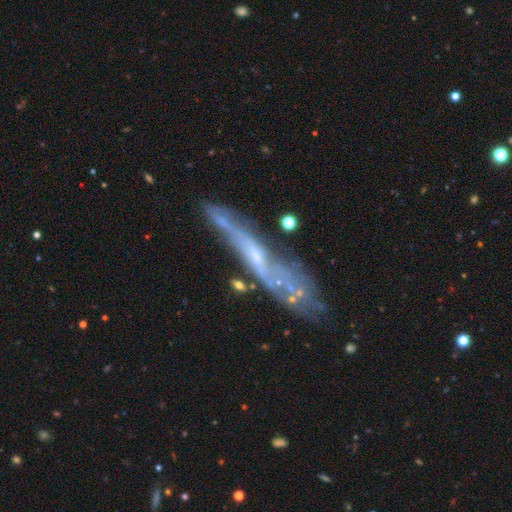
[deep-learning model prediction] Q: Smooth or featured?
A: featured or disk (69%); runner-up: smooth (21%)
Q: Edge-on disk?
A: yes (63%); runner-up: no (37%)
Q: Merging?
A: none (62%); runner-up: minor disturbance (21%)